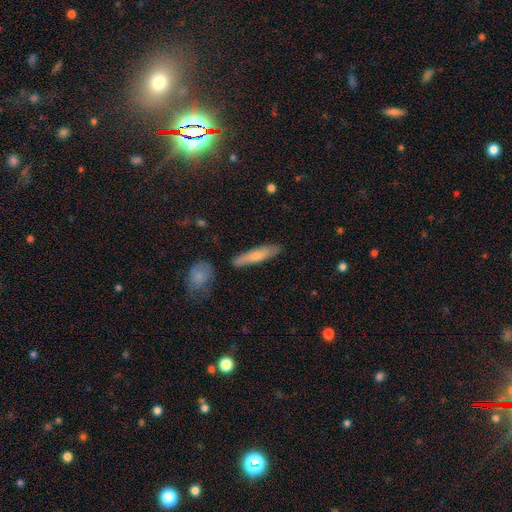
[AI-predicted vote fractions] Smooth or featured: smooth — 68% (featured or disk — 26%)
How rounded: cigar-shaped — 83% (in between — 15%)
Merging: none — 84% (minor disturbance — 11%)